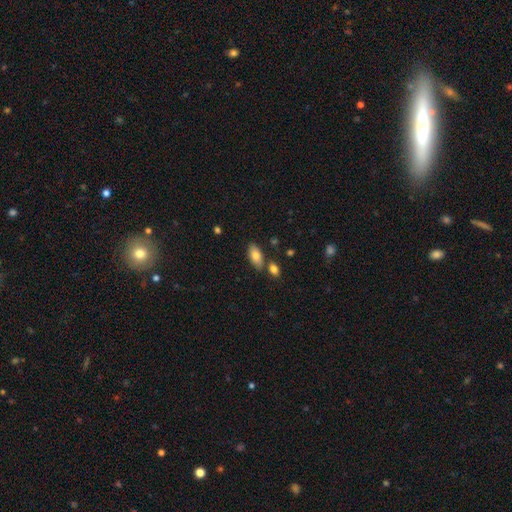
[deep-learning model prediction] Overall: smooth (79%). How rounded: in between (91%). Merging: none (73%).